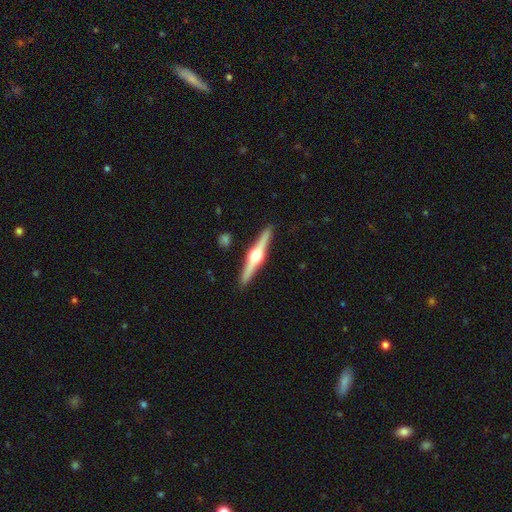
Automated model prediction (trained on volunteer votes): smooth_or_featured: featured or disk (p=0.78) [alt: smooth p=0.17]
disk_edge_on: yes (p=0.98) [alt: no p=0.02]
edge_on_bulge: rounded (p=0.95) [alt: boxy p=0.04]
merging: none (p=0.91) [alt: minor disturbance p=0.06]